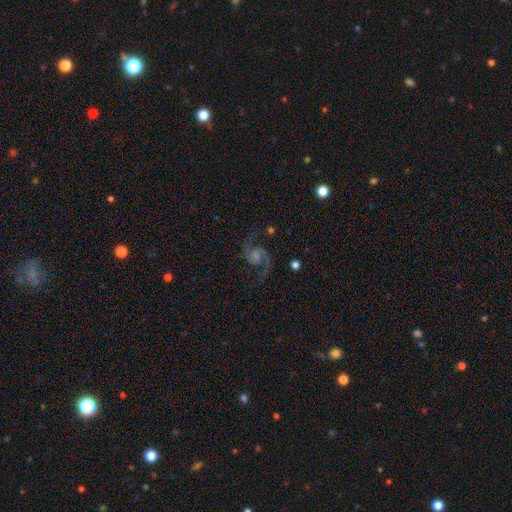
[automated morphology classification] This is clearly a featured or disk galaxy (89%). It is clearly not viewed edge-on (98%). Bar: possibly no (57%). Spiral arm pattern: clearly yes (98%). Spiral arm count: clearly 2 (94%). Spiral winding: possibly medium (54%). Central bulge: marginally small (41%). Merging: likely none (78%).